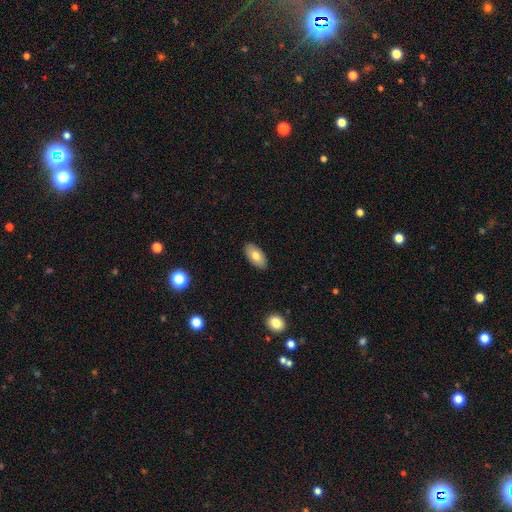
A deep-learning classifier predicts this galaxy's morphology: A smooth galaxy with no disk features (77%) that is in between round and cigar-shaped (94%).

Vote fractions:
- Smooth or featured? smooth: 77% / featured or disk: 16% / star or artifact: 7%
- How rounded? in between: 94% / cigar-shaped: 3% / round: 3%
- Merging? none: 88% / minor disturbance: 9% / major disturbance: 2% / merger: 1%